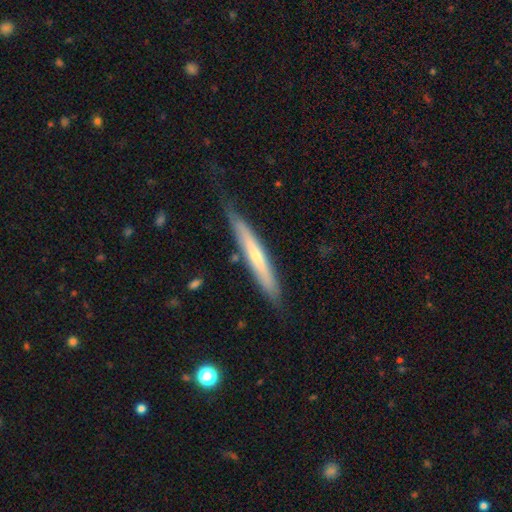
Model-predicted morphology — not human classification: The model was most divided on "edge-on bulge": rounded: 52%, none: 44%, boxy: 4%. More confident: edge-on disk — yes (93%); merging — none (76%); smooth or featured — featured or disk (57%).